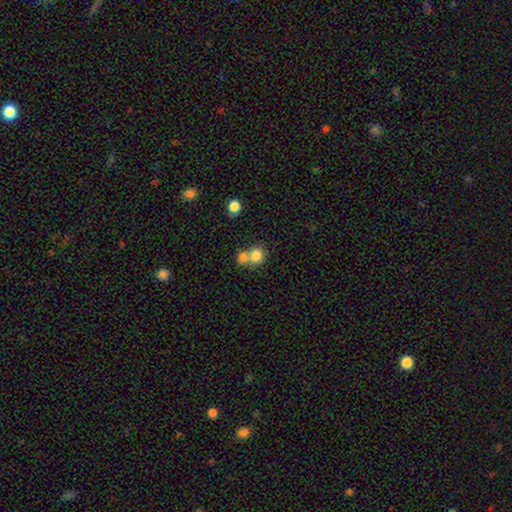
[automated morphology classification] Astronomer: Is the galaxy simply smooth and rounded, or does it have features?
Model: smooth — 80%.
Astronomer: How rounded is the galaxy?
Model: round — 72%.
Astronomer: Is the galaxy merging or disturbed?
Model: merger — 51% (runner-up: none, 39%).